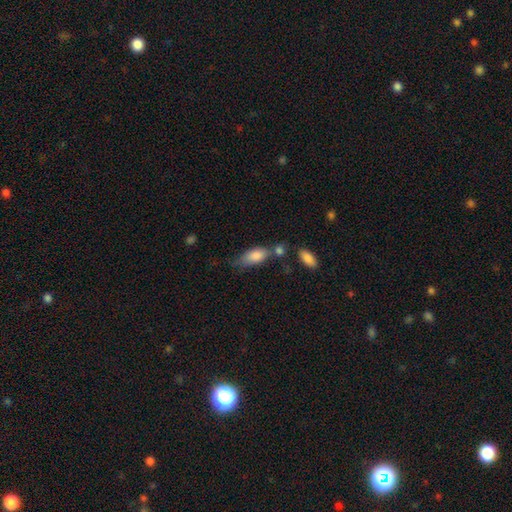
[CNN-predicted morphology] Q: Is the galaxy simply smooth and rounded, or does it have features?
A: smooth — 82%.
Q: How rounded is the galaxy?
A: in between — 80%.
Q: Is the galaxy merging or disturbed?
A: none — 42%.